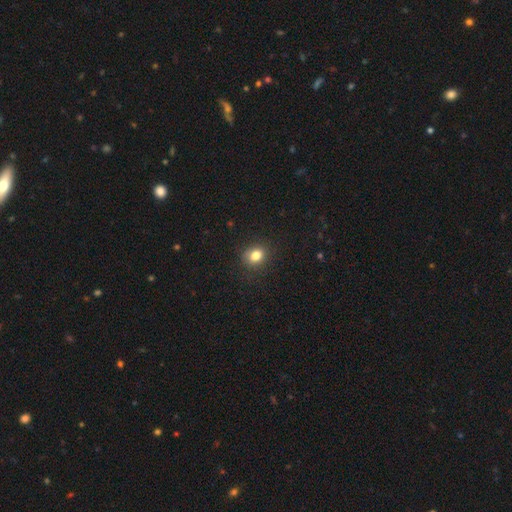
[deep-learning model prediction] Smooth or featured? Predicted: smooth (p=0.82). How rounded? Predicted: round (p=0.54). Merging? Predicted: none (p=0.88).